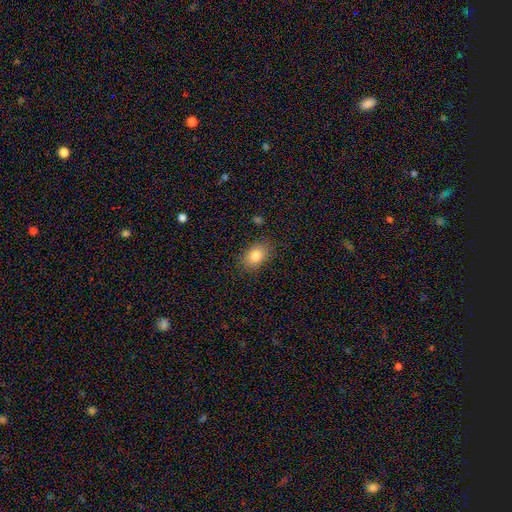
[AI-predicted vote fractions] Smooth or featured? smooth (83%)
How rounded? in between (77%)
Merging? none (82%)